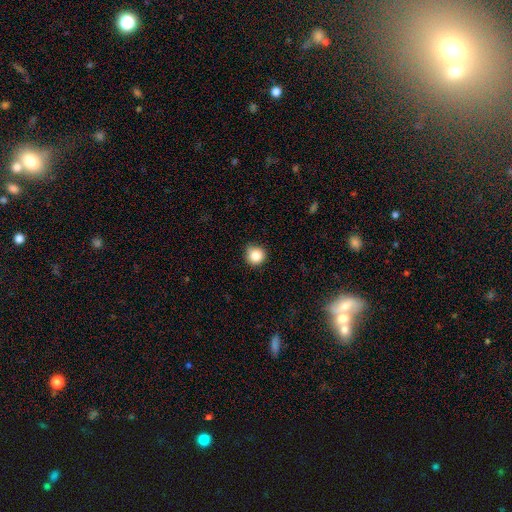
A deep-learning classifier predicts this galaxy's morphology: Q: Smooth or featured?
A: smooth (85%); runner-up: star or artifact (11%)
Q: How rounded?
A: round (94%); runner-up: in between (5%)
Q: Merging?
A: none (82%); runner-up: minor disturbance (14%)